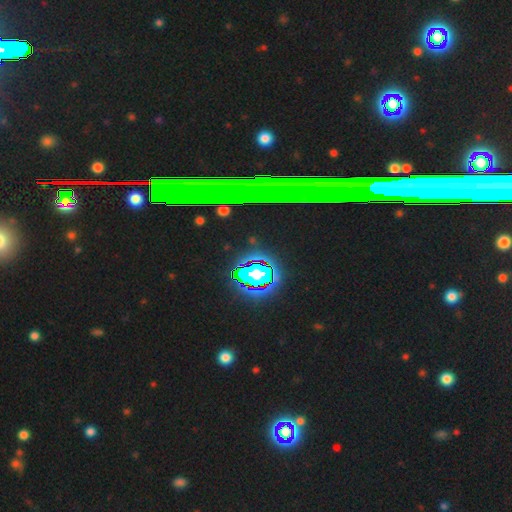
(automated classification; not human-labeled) This is likely a star or artifact rather than a galaxy (72%).